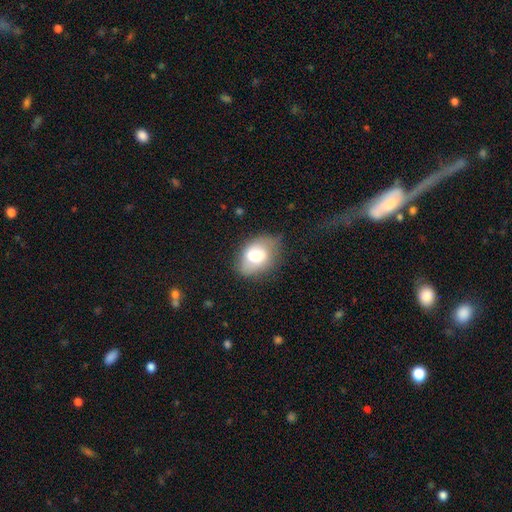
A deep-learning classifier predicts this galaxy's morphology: Smooth or featured? Predicted: smooth (p=0.59). How rounded? Predicted: in between (p=0.79). Merging? Predicted: none (p=0.50).